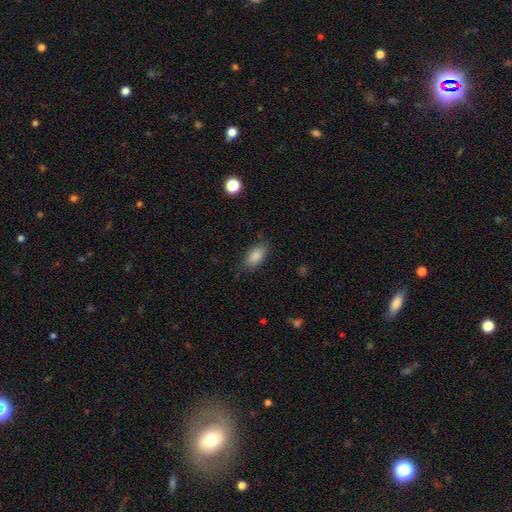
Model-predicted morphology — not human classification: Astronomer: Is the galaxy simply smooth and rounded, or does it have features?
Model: smooth — 86%.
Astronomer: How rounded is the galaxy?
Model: in between — 89%.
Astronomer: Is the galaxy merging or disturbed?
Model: none — 82%.